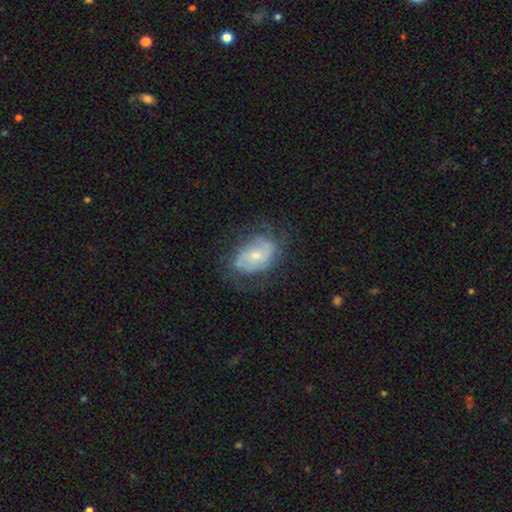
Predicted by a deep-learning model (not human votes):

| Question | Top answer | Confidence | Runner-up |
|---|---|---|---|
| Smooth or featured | featured or disk | 64% | smooth (29%) |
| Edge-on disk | no | 96% | yes (4%) |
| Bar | no | 54% | weak (38%) |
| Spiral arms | yes | 79% | no (21%) |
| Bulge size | small | 50% | moderate (43%) |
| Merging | none | 60% | minor disturbance (24%) |